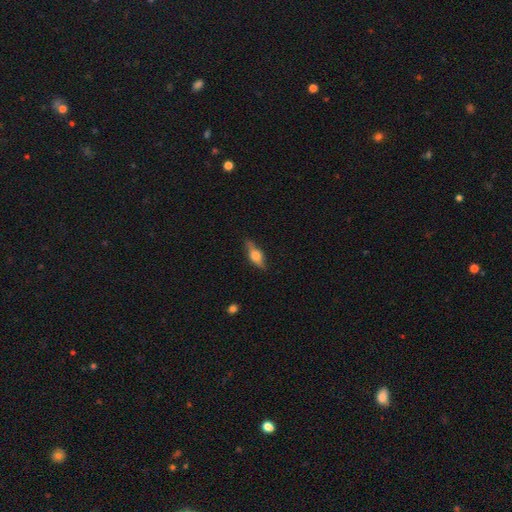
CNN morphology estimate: Smooth or featured? Predicted: featured or disk (p=0.52). Edge-on disk? Predicted: yes (p=0.90). Merging? Predicted: none (p=0.80).